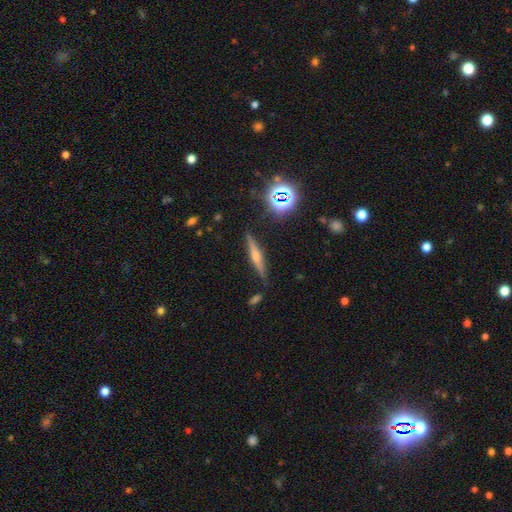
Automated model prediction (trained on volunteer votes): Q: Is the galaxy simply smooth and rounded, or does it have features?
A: featured or disk — 56%.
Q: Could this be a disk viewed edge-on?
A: yes — 95%.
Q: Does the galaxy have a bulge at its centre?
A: rounded — 81%.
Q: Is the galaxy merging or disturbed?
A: none — 86%.